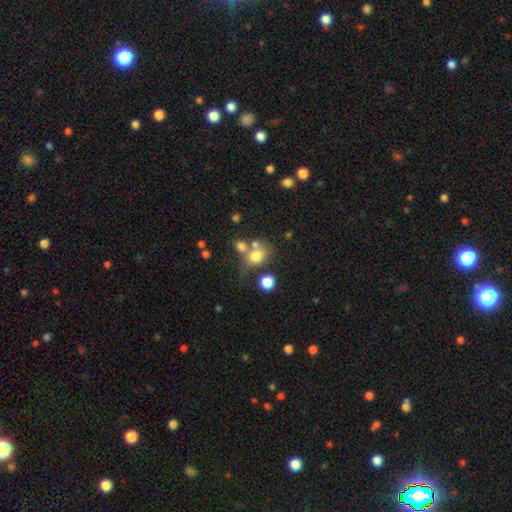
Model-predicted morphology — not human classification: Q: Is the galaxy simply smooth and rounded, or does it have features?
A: smooth — 73%.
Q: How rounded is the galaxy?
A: round — 61%.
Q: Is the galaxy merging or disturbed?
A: none — 44%.